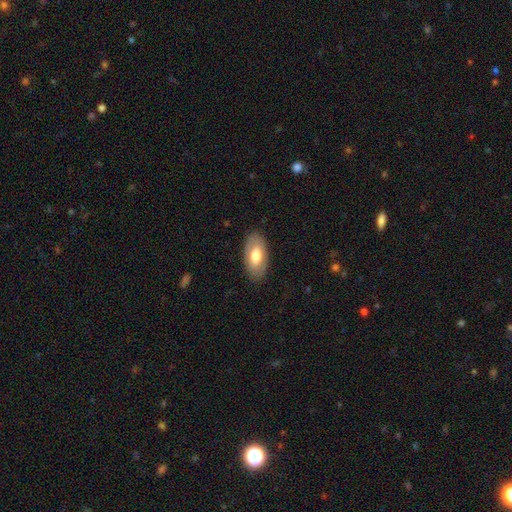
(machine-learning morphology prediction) A smooth galaxy with no disk features (64%) that is in between round and cigar-shaped (94%). Merging: none (85%).